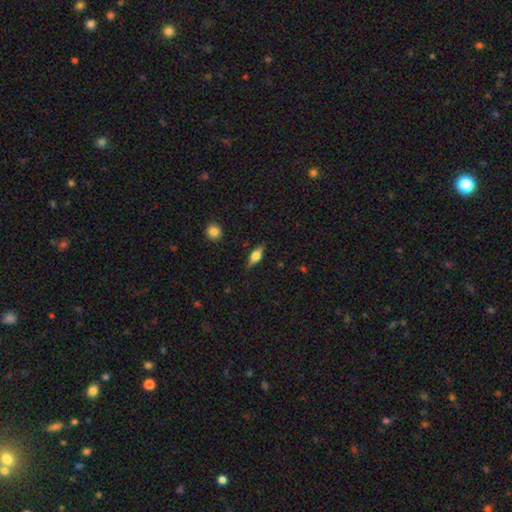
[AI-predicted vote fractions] Smooth or featured? Predicted: featured or disk (p=0.56). Edge-on disk? Predicted: yes (p=0.95). Edge-on bulge? Predicted: rounded (p=0.89). Merging? Predicted: none (p=0.86).